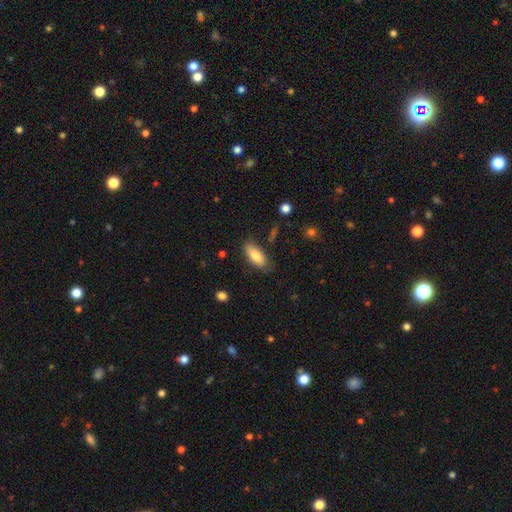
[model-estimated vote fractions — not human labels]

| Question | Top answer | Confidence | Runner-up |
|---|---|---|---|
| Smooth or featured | smooth | 81% | featured or disk (12%) |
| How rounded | in between | 84% | cigar-shaped (14%) |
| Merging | none | 77% | minor disturbance (17%) |